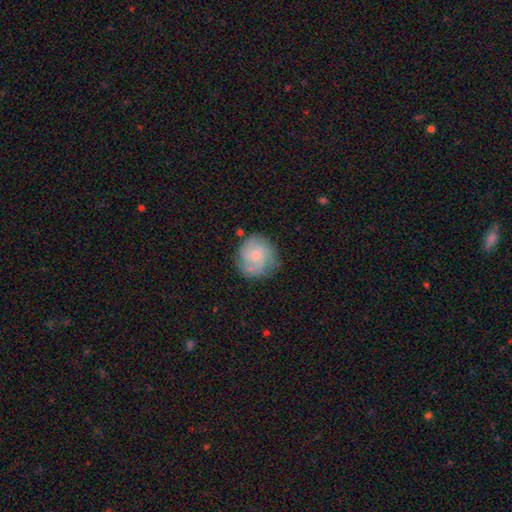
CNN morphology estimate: This appears to be a featured or disk galaxy (57%) with no bar (73%), spiral arms (87%) and a small central bulge (61%). Merging: none (76%).